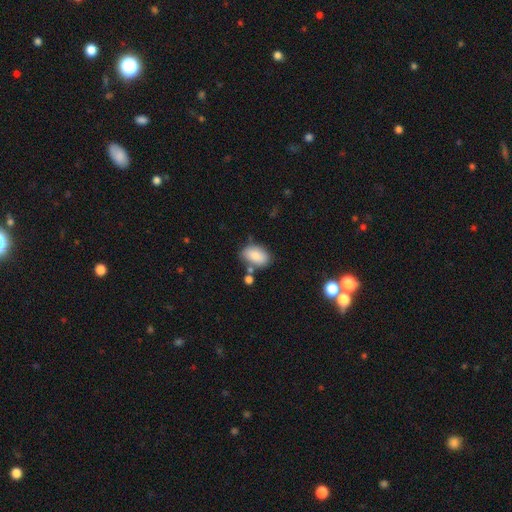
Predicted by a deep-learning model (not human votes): Smooth or featured?
  - smooth: 83% *
  - featured or disk: 9%
  - star or artifact: 7%
How rounded?
  - in between: 90% *
  - round: 8%
  - cigar-shaped: 1%
Merging?
  - none: 70% *
  - minor disturbance: 16%
  - merger: 11%
  - major disturbance: 4%